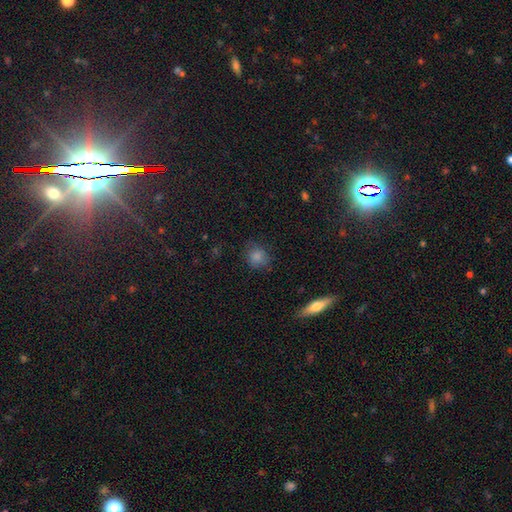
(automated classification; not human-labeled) Smooth or featured: smooth — 72% (star or artifact — 18%)
How rounded: round — 78% (in between — 19%)
Merging: none — 82% (minor disturbance — 13%)